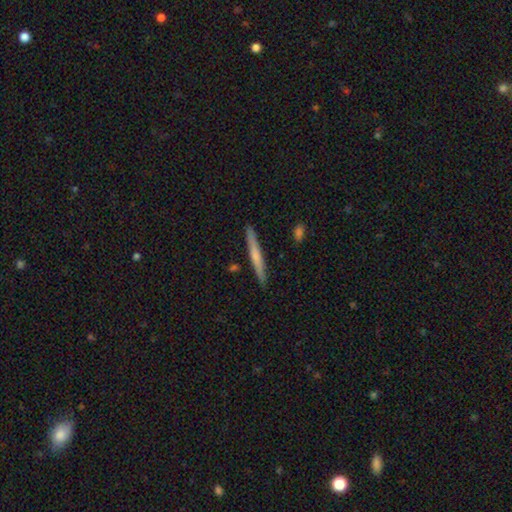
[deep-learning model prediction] A smooth galaxy with no disk features (53%) that is cigar-shaped (96%). Merging: none (90%).